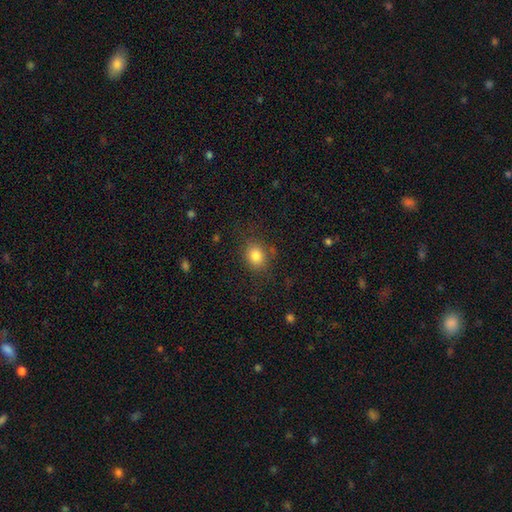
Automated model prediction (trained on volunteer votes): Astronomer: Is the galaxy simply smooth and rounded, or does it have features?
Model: smooth — 82%.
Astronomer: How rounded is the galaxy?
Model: round — 61% (runner-up: in between, 38%).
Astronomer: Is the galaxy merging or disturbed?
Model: none — 80%.